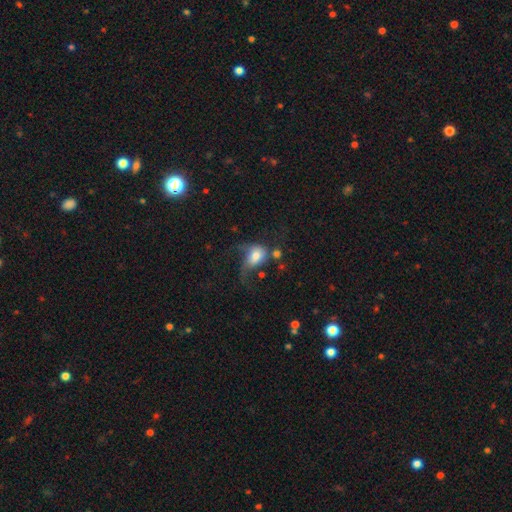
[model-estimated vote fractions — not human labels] A smooth galaxy with no disk features (62%) that is in between round and cigar-shaped (65%). Merging: major disturbance (45%).